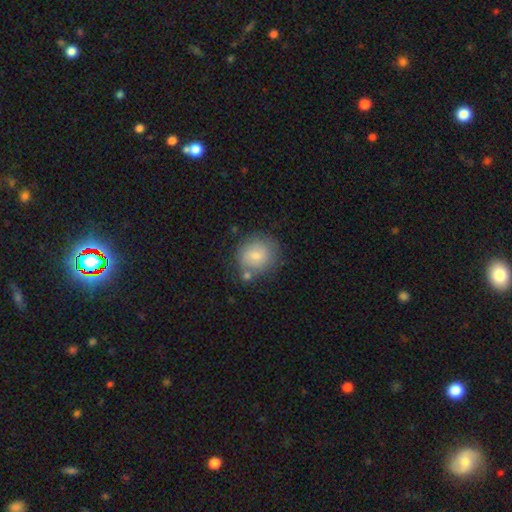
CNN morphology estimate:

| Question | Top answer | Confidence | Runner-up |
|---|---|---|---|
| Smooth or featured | smooth | 69% | featured or disk (24%) |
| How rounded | round | 84% | in between (15%) |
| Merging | none | 65% | minor disturbance (18%) |